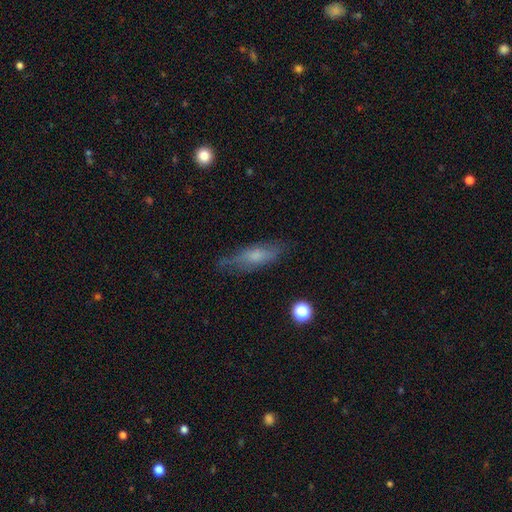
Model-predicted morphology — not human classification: Smooth or featured: smooth — 55% (featured or disk — 36%)
How rounded: cigar-shaped — 52% (in between — 45%)
Merging: none — 70% (minor disturbance — 21%)